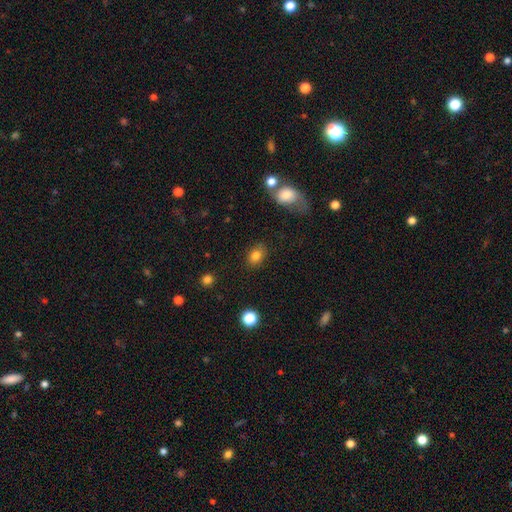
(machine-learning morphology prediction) A smooth galaxy with no disk features (82%) that is in between round and cigar-shaped (68%). Merging: none (83%).